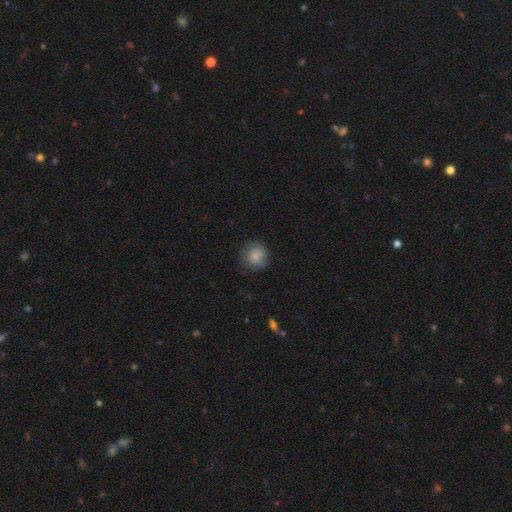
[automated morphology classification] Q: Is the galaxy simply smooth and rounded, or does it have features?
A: smooth — 83%.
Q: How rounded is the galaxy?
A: round — 83%.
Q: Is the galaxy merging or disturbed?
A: none — 73%.